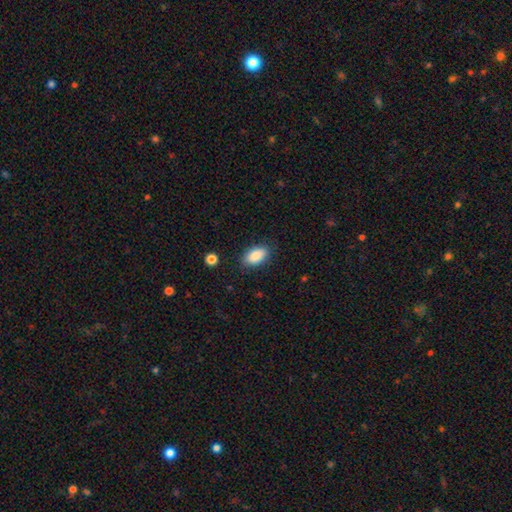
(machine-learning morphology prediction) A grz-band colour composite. It shows a smooth galaxy with no disk features (88%) that is in between round and cigar-shaped (92%). Merging: none (83%).